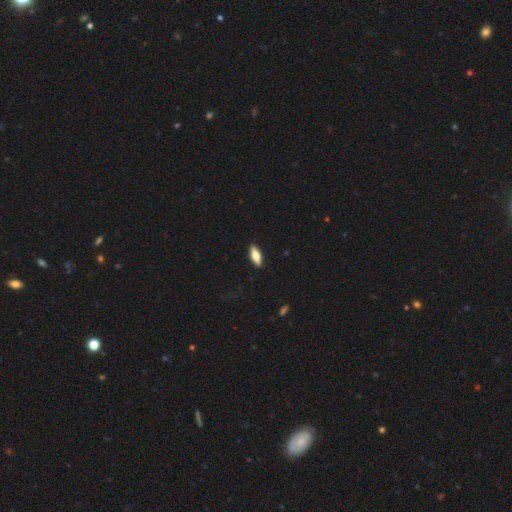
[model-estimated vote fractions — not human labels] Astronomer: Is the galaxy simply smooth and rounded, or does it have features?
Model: smooth — 67%.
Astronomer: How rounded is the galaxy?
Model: in between — 68%.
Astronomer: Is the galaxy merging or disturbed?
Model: none — 90%.